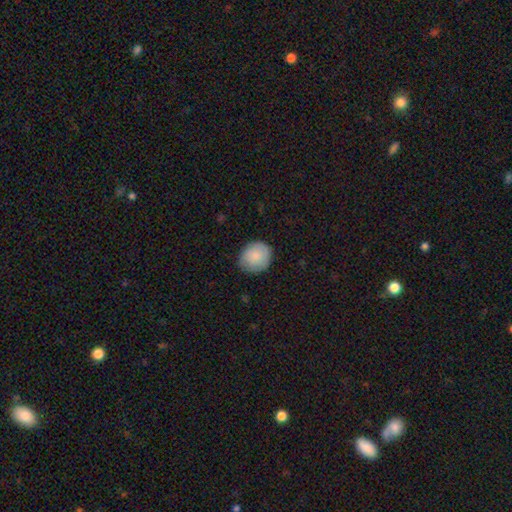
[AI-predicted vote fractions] smooth 84%, featured or disk 10%, star or artifact 6%. Down the decision tree: how rounded — round (74%); merging — none (80%).